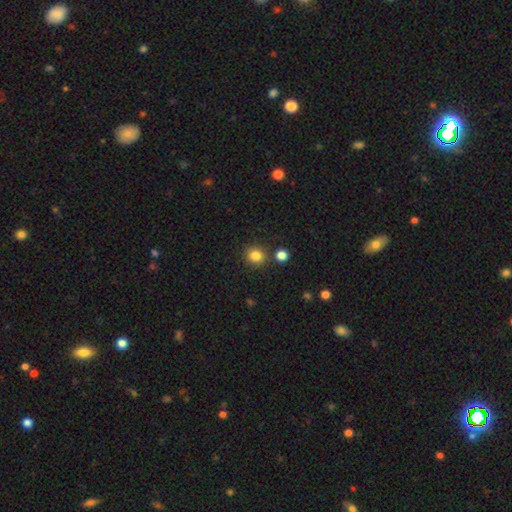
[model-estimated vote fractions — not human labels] Morphology: type=smooth (83%); roundness=round (86%); merging=none (82%).